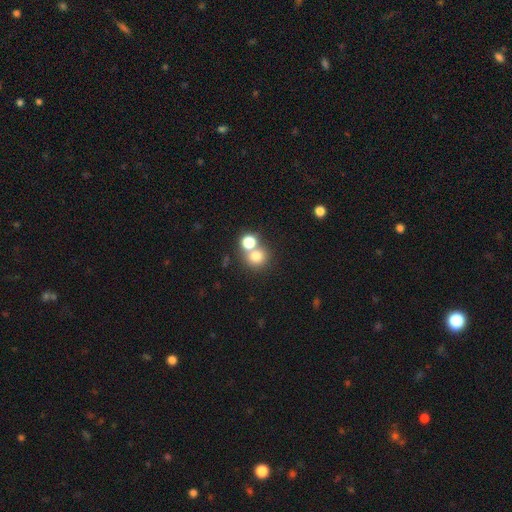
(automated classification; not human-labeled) Smooth or featured: smooth — 75% (star or artifact — 15%)
How rounded: round — 86% (in between — 13%)
Merging: none — 48% (merger — 43%)